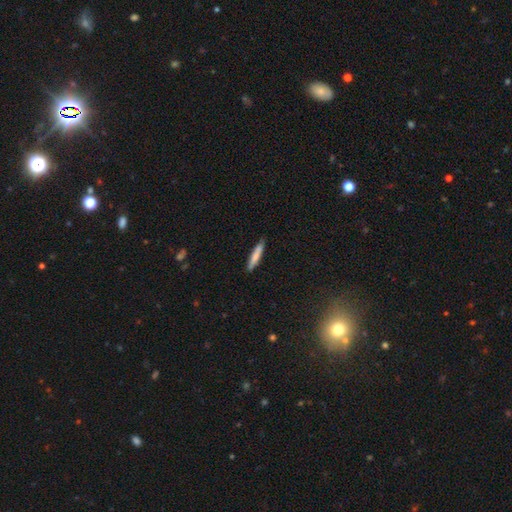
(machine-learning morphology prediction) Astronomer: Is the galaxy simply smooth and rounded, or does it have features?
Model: smooth — 75%.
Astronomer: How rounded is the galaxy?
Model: cigar-shaped — 92%.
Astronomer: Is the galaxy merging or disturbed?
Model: none — 88%.